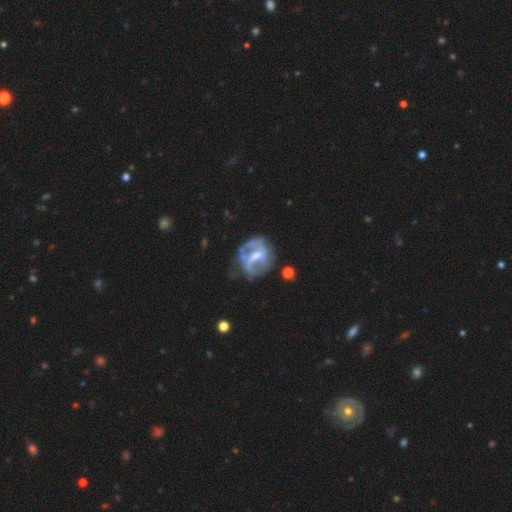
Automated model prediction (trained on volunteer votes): Smooth or featured? featured or disk (77%)
Edge-on disk? no (97%)
Bar? weak (45%)
Spiral arms? yes (68%)
Spiral winding? medium (40%)
Spiral arm count? 2 (61%)
Bulge size? moderate (49%)
Merging? none (52%)